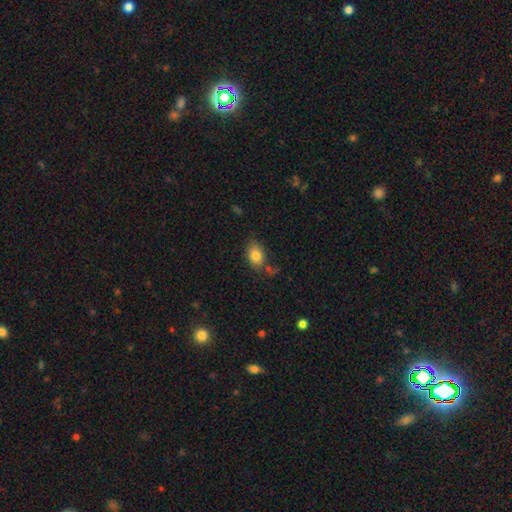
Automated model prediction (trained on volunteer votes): smooth_or_featured: smooth (p=0.82) [alt: featured or disk p=0.09]
how_rounded: in between (p=0.80) [alt: round p=0.18]
merging: none (p=0.68) [alt: minor disturbance p=0.20]